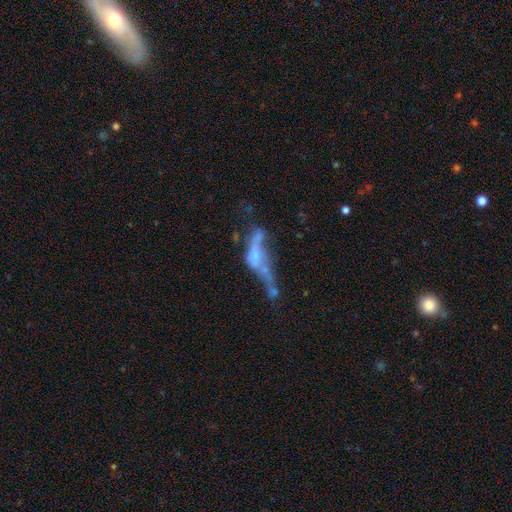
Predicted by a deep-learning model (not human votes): Morphology: type=featured or disk (61%); edge-on=no (80%); merging=merger (38%).